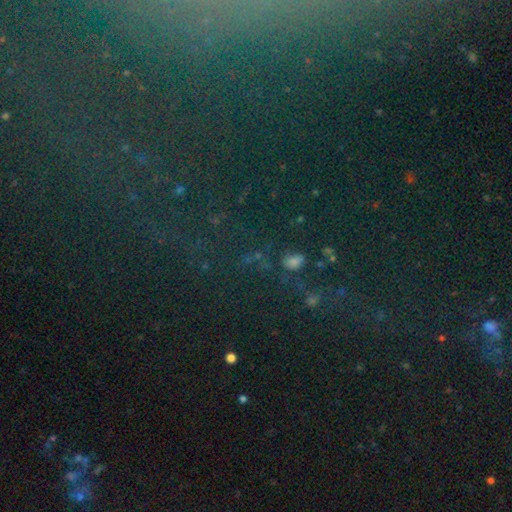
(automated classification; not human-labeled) Morphology: type=star or artifact (71%).